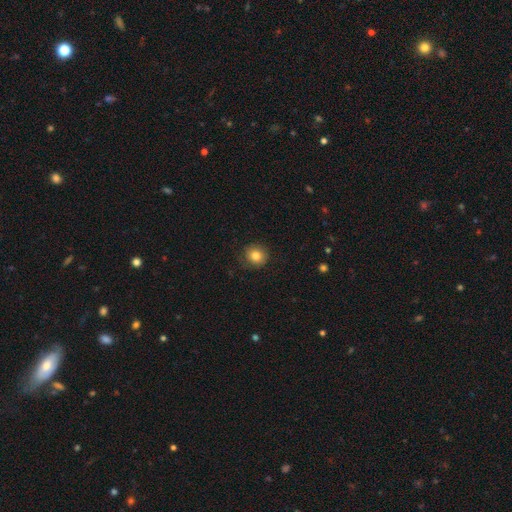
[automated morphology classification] The model was most divided on "smooth or featured": smooth: 82%, star or artifact: 11%, featured or disk: 8%. More confident: how rounded — round (89%); merging — none (86%).